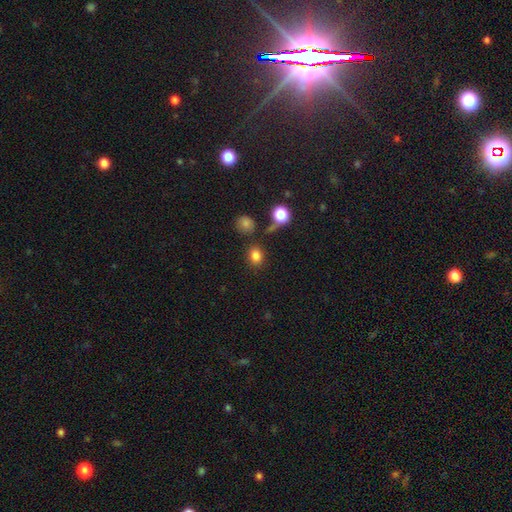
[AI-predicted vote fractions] A smooth galaxy with no disk features (82%) that is round (57%). Merging: none (77%).